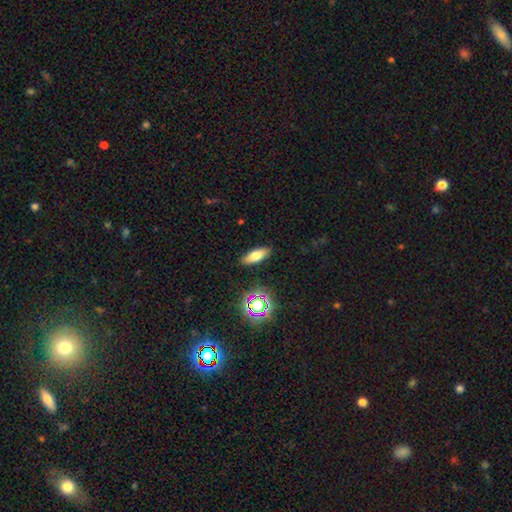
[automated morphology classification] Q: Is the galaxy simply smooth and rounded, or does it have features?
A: smooth — 68%.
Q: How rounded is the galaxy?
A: in between — 63%.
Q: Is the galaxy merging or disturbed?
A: none — 88%.